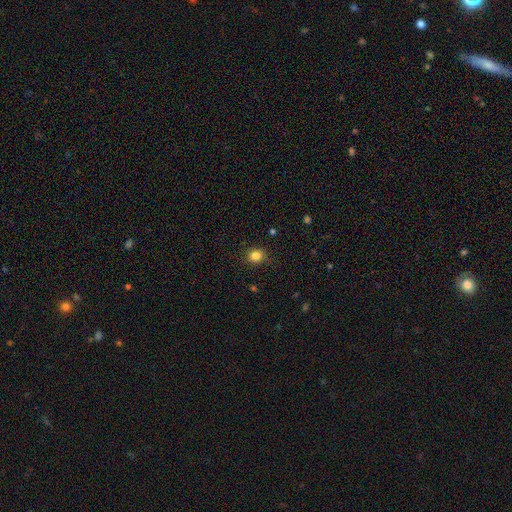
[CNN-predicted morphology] Smooth or featured?
  - smooth: 84% *
  - star or artifact: 12%
  - featured or disk: 5%
How rounded?
  - round: 76% *
  - in between: 23%
  - cigar-shaped: 1%
Merging?
  - none: 88% *
  - minor disturbance: 9%
  - major disturbance: 2%
  - merger: 1%